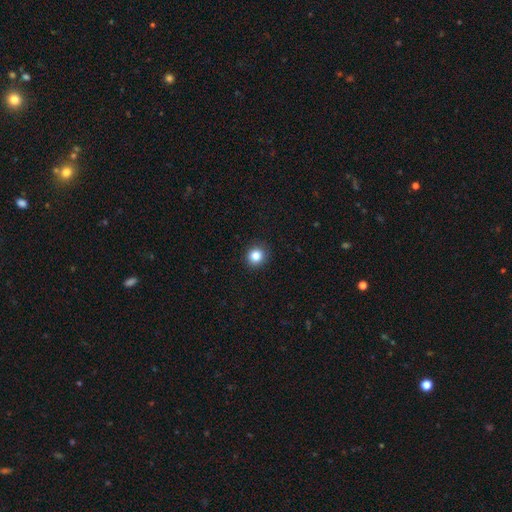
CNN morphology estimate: A smooth galaxy with no disk features (83%) that is round (90%). Merging: none (92%).